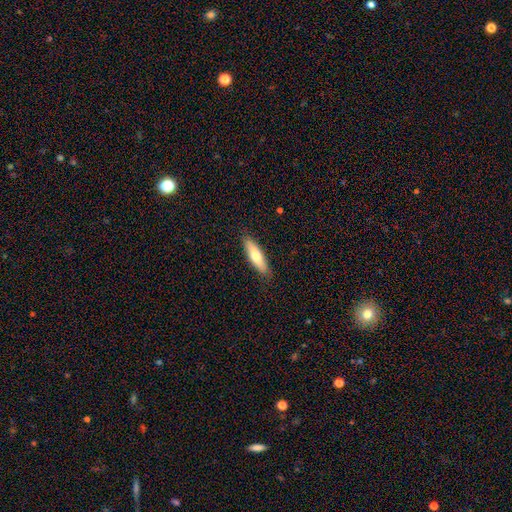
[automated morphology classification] Smooth or featured?
  - smooth: 69% *
  - featured or disk: 25%
  - star or artifact: 5%
How rounded?
  - cigar-shaped: 59% *
  - in between: 39%
  - round: 2%
Merging?
  - none: 86% *
  - minor disturbance: 11%
  - major disturbance: 2%
  - merger: 1%